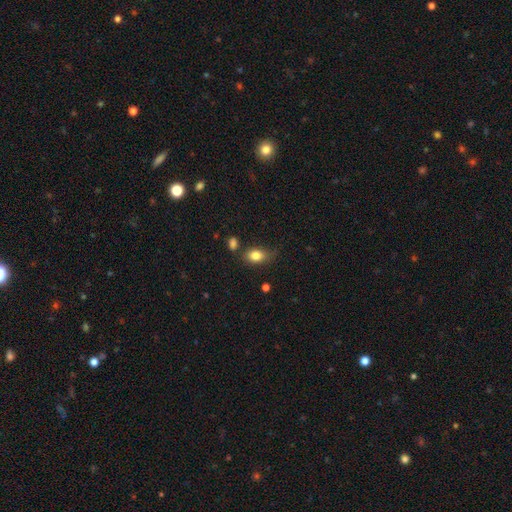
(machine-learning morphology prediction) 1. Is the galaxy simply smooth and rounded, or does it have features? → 82% smooth, 9% star or artifact, 9% featured or disk.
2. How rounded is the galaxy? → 80% in between, 17% round, 2% cigar-shaped.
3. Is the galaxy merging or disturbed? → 63% none, 25% minor disturbance, 7% major disturbance, 6% merger.